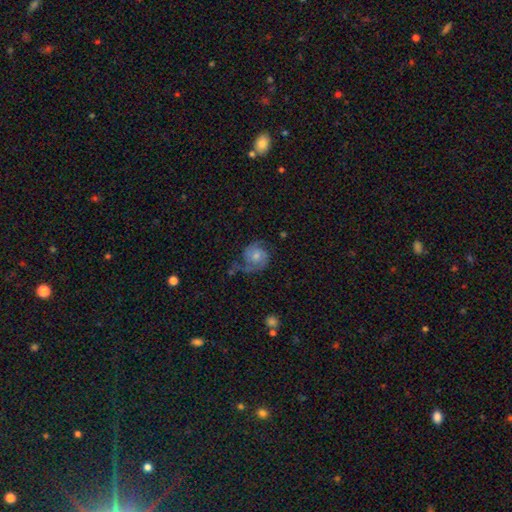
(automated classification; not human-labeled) smooth-or-featured: featured or disk: 62% | smooth: 30% | star or artifact: 8%
  disk-edge-on: no: 98% | yes: 2%
    bar: no: 65% | weak: 30% | strong: 5%
    has-spiral-arms: yes: 88% | no: 12%
      spiral-winding: medium: 44% | tight: 33% | loose: 24%
      spiral-arm-count: 2: 73% | can't tell: 12% | 1: 9% | 3: 3% | 4: 1% | more than 4: 1%
    bulge-size: moderate: 46% | small: 40% | none: 7% | large: 6% | dominant: 2%
  merging: none: 45% | minor disturbance: 26% | major disturbance: 24% | merger: 5%